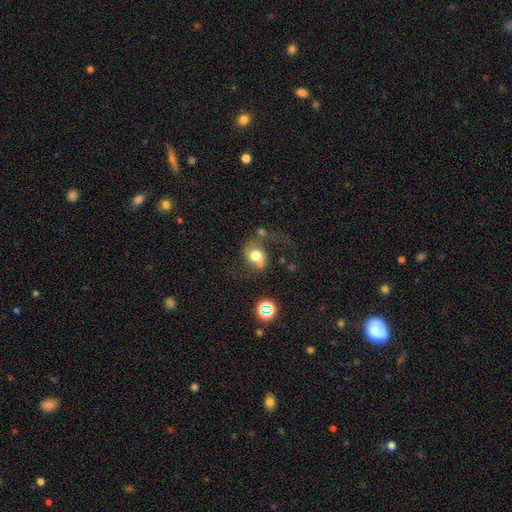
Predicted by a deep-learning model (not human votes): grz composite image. It shows a smooth galaxy with no disk features (54%) that is round (61%). Merging: none (35%).